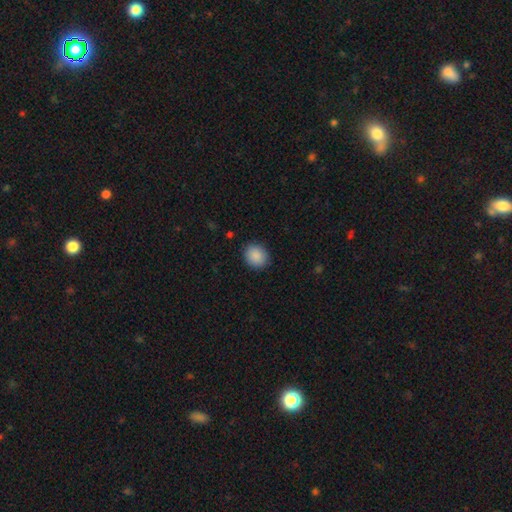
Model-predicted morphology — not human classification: smooth 89%, star or artifact 8%, featured or disk 3%. Down the decision tree: how rounded — round (68%); merging — none (89%).